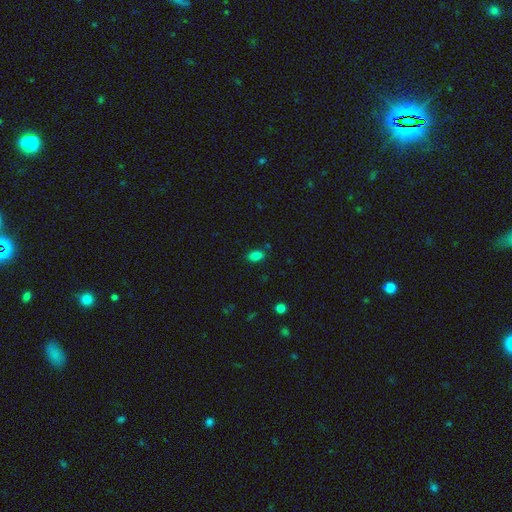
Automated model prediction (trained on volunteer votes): smooth-or-featured: smooth: 83% | star or artifact: 12% | featured or disk: 5%
  how-rounded: in between: 88% | round: 9% | cigar-shaped: 2%
  merging: none: 81% | minor disturbance: 12% | merger: 4% | major disturbance: 3%